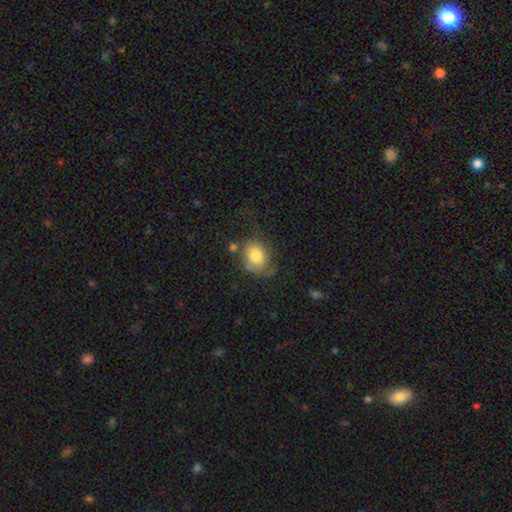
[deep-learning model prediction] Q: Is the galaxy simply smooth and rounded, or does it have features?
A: smooth — 74%.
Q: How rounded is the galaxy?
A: in between — 62%.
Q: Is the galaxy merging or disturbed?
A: none — 47%.